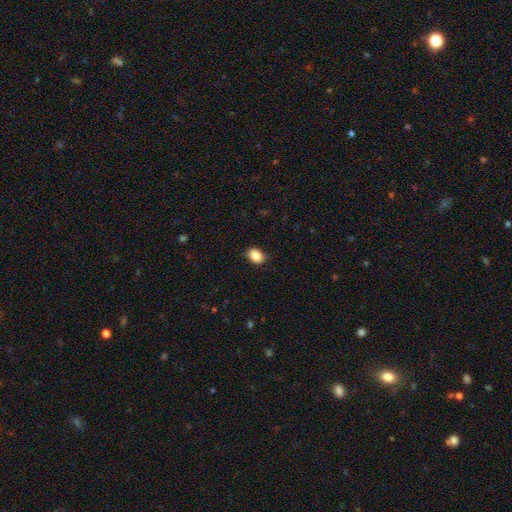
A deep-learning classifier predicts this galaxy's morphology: Overall: smooth (87%). How rounded: in between (73%). Merging: none (80%).